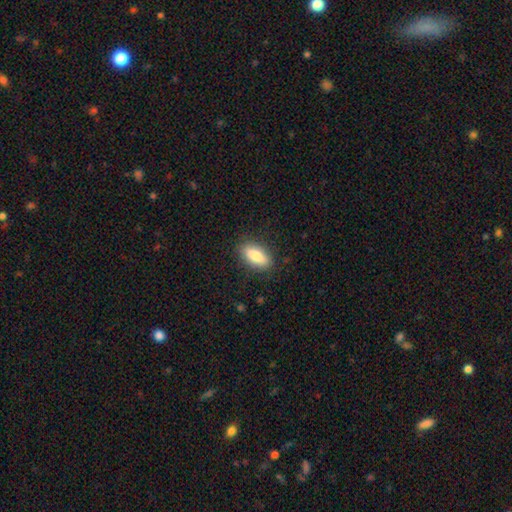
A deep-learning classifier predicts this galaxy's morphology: Smooth or featured? Predicted: smooth (p=0.82). How rounded? Predicted: in between (p=0.83). Merging? Predicted: none (p=0.86).